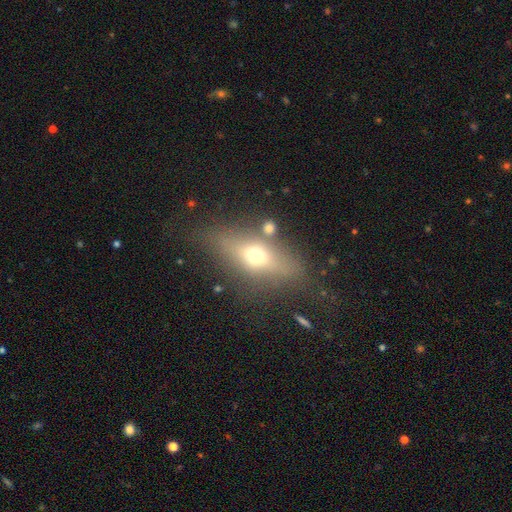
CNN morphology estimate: smooth 50%, featured or disk 38%, star or artifact 12%. Down the decision tree: merging — none (70%).